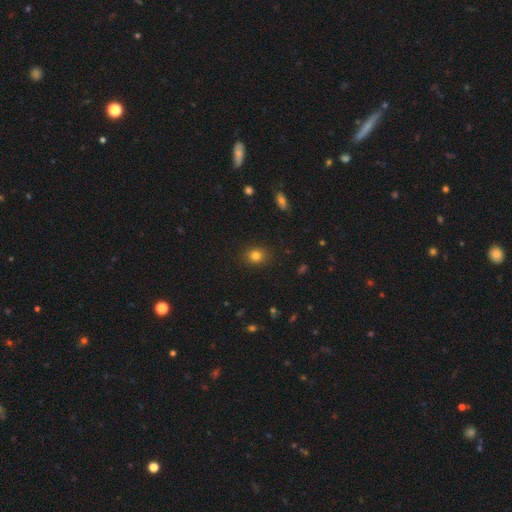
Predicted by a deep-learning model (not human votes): Smooth or featured? Predicted: smooth (p=0.81). How rounded? Predicted: round (p=0.69). Merging? Predicted: none (p=0.89).